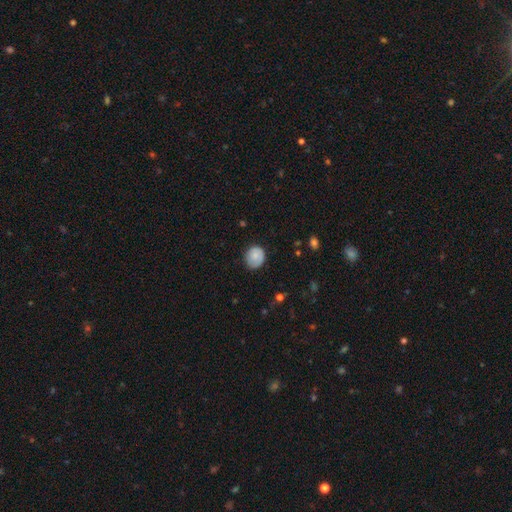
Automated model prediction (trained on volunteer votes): smooth_or_featured: smooth (p=0.77) [alt: featured or disk p=0.16]
how_rounded: round (p=0.73) [alt: in between p=0.26]
merging: none (p=0.73) [alt: minor disturbance p=0.22]